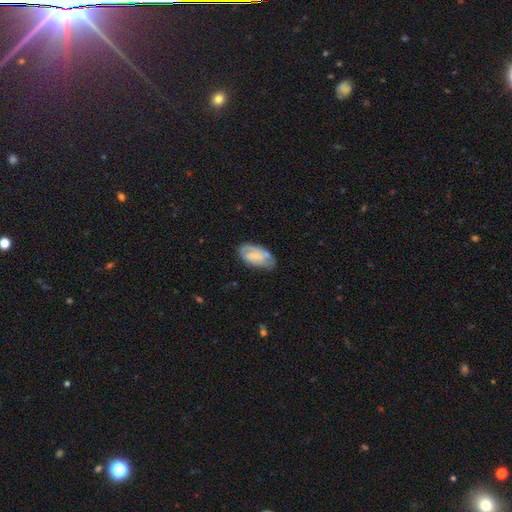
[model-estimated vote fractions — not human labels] Morphology: type=featured or disk (50%); merging=none (58%).